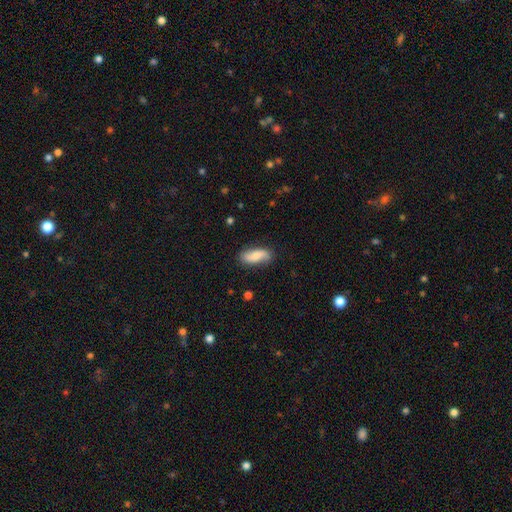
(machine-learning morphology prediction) Smooth or featured? smooth (65%)
How rounded? in between (74%)
Merging? none (80%)